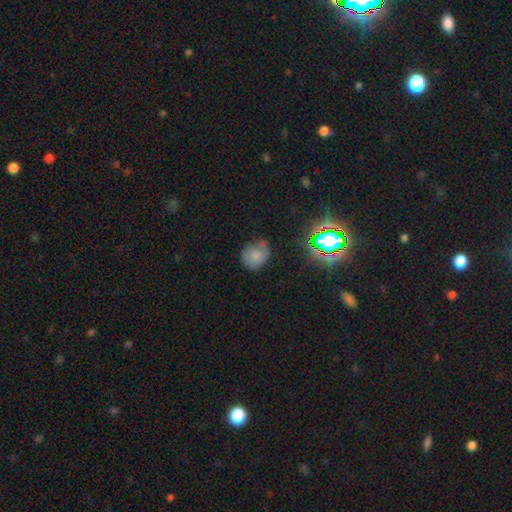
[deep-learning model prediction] smooth 72%, star or artifact 14%, featured or disk 13%. Down the decision tree: how rounded — round (69%); merging — none (58%).